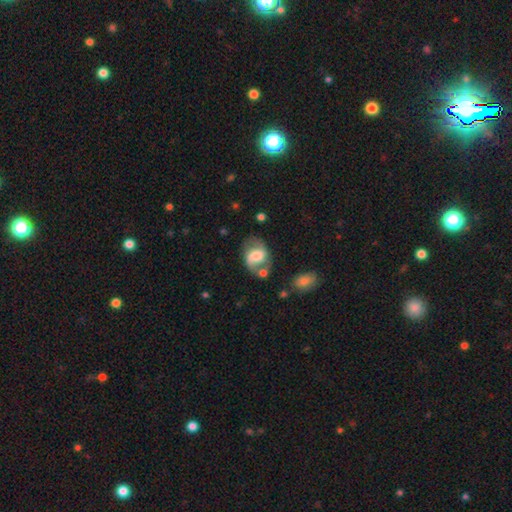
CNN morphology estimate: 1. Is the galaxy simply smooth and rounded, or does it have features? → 60% featured or disk, 33% smooth, 7% star or artifact.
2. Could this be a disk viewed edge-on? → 97% no, 3% yes.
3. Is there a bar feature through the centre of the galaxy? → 42% weak, 39% no, 19% strong.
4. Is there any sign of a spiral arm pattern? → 82% yes, 18% no.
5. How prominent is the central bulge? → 39% moderate, 31% large, 18% small, 7% none, 5% dominant.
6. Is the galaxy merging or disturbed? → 54% none, 21% minor disturbance, 13% major disturbance, 12% merger.